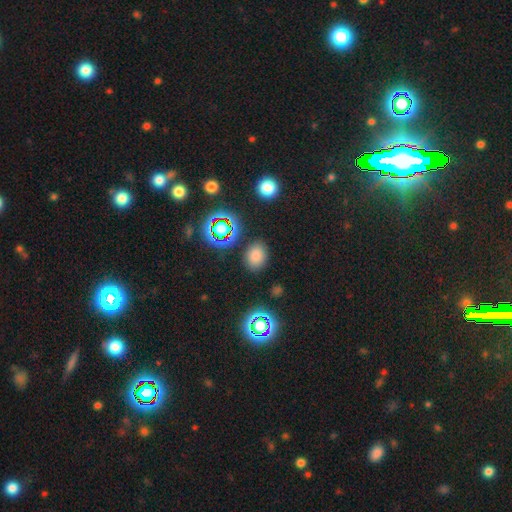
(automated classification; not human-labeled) Overall: smooth (75%). How rounded: in between (61%; round 38%). Merging: none (85%).